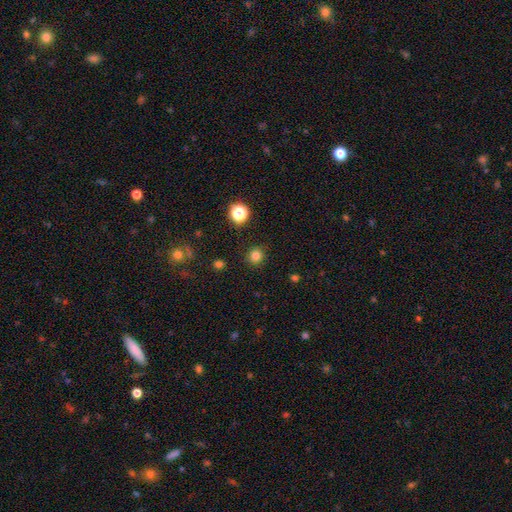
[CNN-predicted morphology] Smooth or featured?
  - smooth: 80% *
  - star or artifact: 15%
  - featured or disk: 5%
How rounded?
  - round: 92% *
  - in between: 7%
  - cigar-shaped: 1%
Merging?
  - none: 90% *
  - minor disturbance: 6%
  - major disturbance: 2%
  - merger: 1%